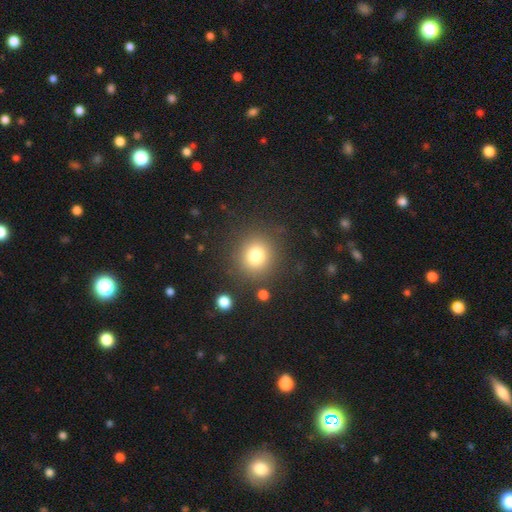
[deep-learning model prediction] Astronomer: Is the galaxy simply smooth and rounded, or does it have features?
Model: smooth — 78%.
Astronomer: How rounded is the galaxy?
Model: round — 90%.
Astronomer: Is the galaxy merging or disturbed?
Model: none — 85%.